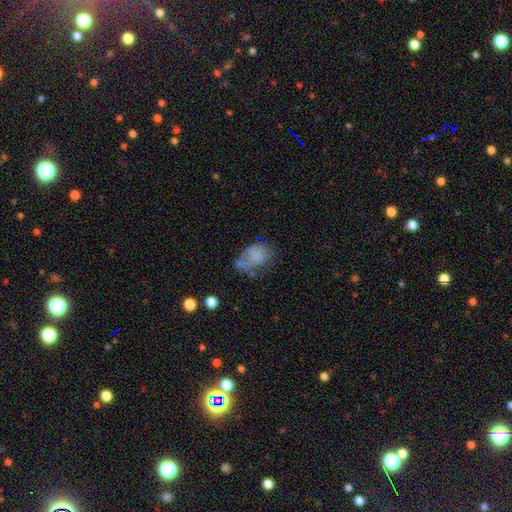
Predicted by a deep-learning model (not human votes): The model was most divided on "merging": none: 32%, major disturbance: 28%, minor disturbance: 27%, merger: 12%. More confident: how rounded — in between (83%); smooth or featured — smooth (66%).